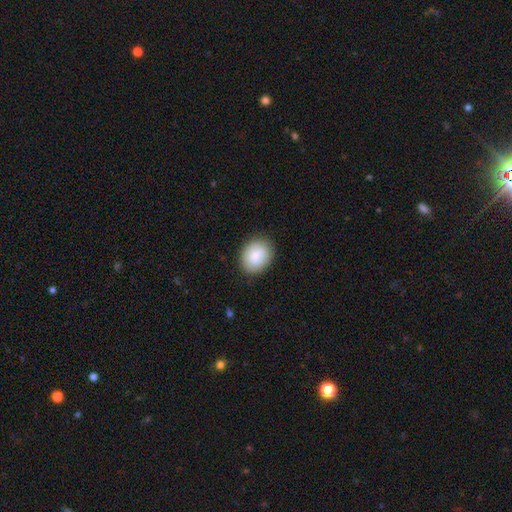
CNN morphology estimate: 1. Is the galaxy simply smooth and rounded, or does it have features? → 87% smooth, 7% featured or disk, 6% star or artifact.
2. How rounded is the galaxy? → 53% in between, 46% round, 1% cigar-shaped.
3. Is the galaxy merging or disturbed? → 87% none, 10% minor disturbance, 2% major disturbance, 1% merger.